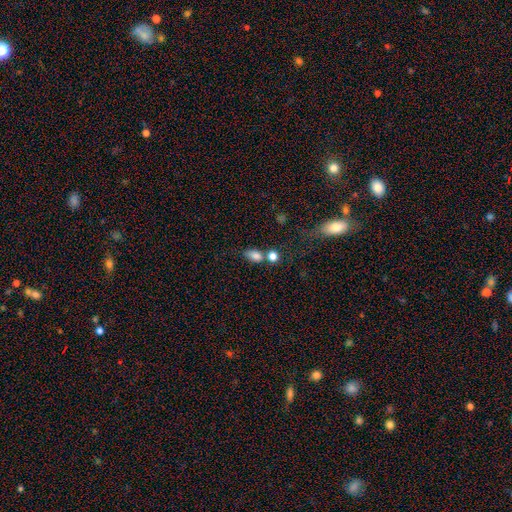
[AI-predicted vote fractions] Overall: smooth (80%). How rounded: in between (79%). Merging: none (49%; merger 29%).